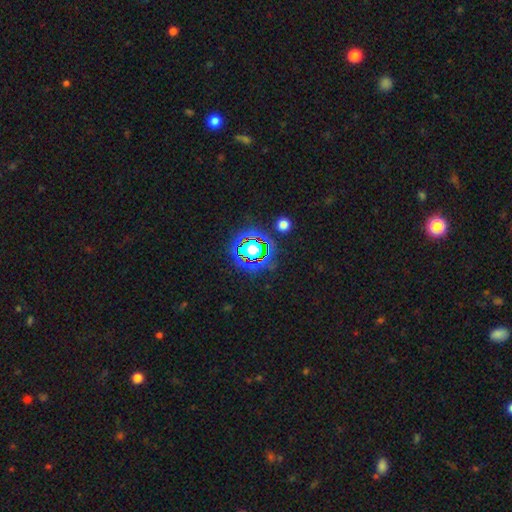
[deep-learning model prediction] Morphology: type=star or artifact (76%).